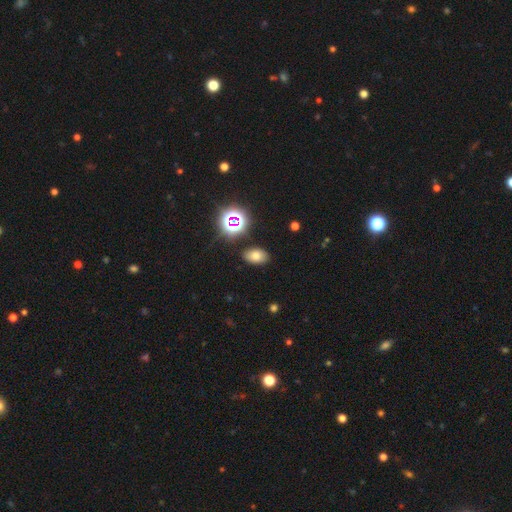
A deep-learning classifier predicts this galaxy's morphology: This appears to be a smooth galaxy with no disk features (70%) that is in between round and cigar-shaped (85%). Merging: none (85%).